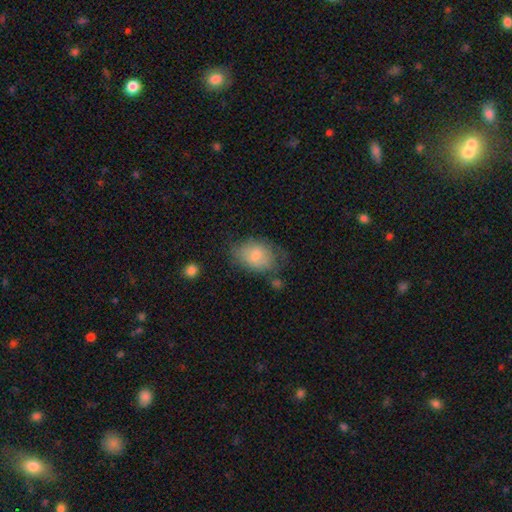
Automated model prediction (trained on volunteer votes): A smooth galaxy with no disk features (76%) that is in between round and cigar-shaped (77%). Merging: none (55%).